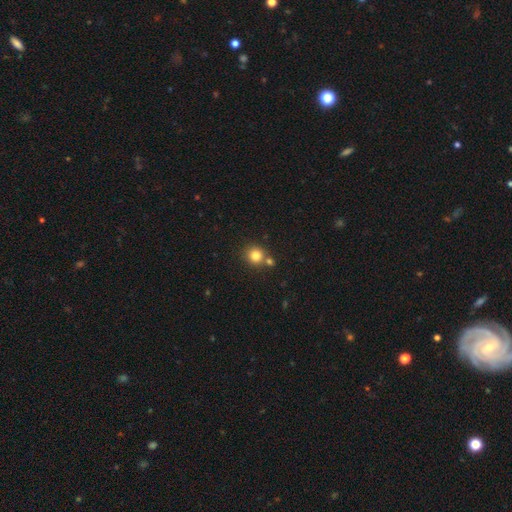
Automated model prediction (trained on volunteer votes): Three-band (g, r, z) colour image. It shows a smooth galaxy with no disk features (81%) that is round (90%). Merging: none (69%).